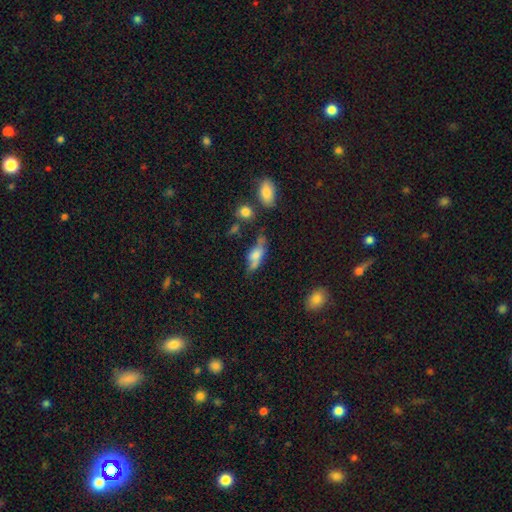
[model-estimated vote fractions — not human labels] Smooth or featured? Predicted: smooth (p=0.55). How rounded? Predicted: in between (p=0.68). Merging? Predicted: none (p=0.46).